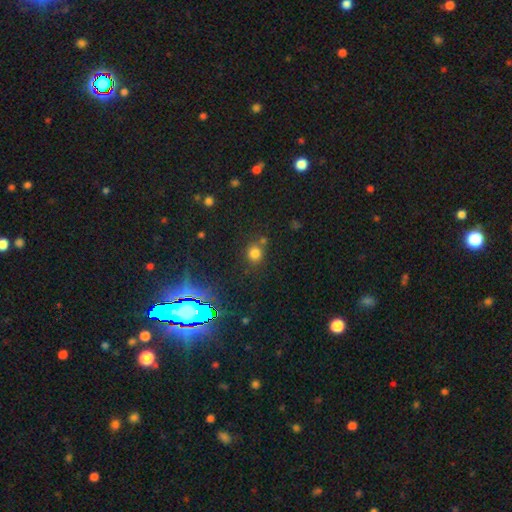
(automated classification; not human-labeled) This appears to be a star or artifact, not a galaxy (53%).